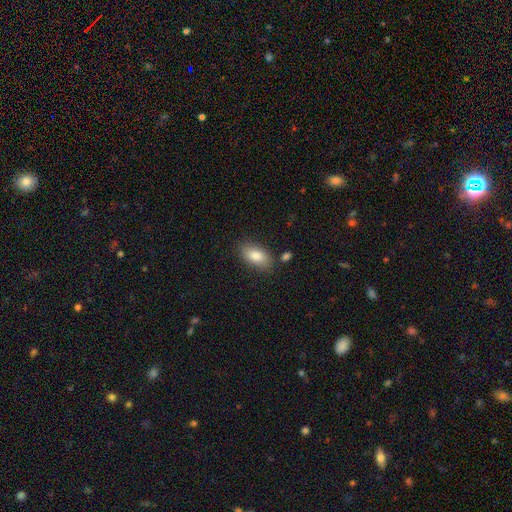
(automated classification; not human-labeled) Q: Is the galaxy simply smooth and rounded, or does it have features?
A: smooth — 83%.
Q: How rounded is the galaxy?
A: in between — 91%.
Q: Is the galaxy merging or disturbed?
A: none — 81%.